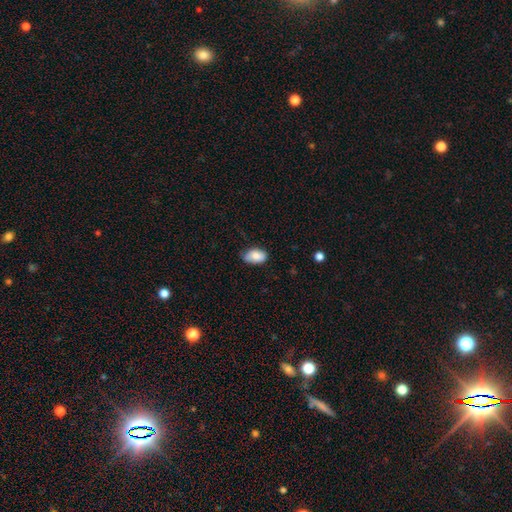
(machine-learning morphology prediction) Smooth or featured? smooth (83%)
How rounded? in between (91%)
Merging? none (66%)